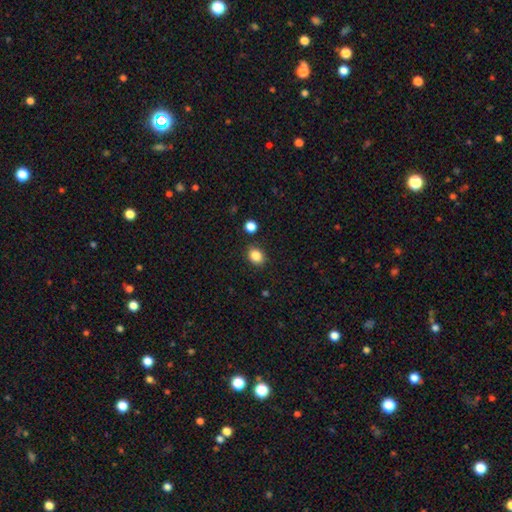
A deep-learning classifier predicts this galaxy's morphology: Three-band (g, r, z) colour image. It shows a smooth galaxy with no disk features (85%) that is round (52%). Merging: none (86%).